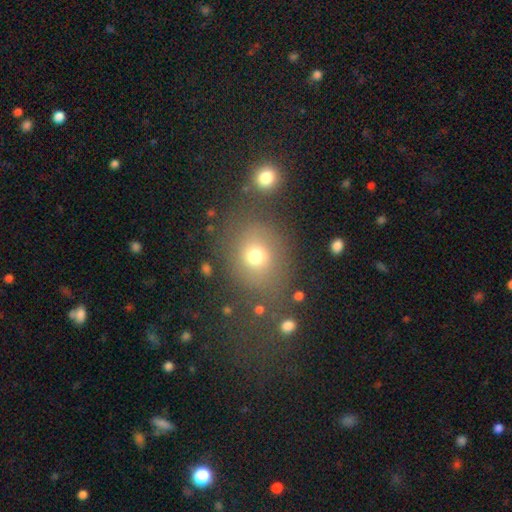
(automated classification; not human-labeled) Smooth or featured?
  - smooth: 72% *
  - star or artifact: 16%
  - featured or disk: 12%
How rounded?
  - round: 61% *
  - in between: 38%
  - cigar-shaped: 1%
Merging?
  - none: 69% *
  - minor disturbance: 14%
  - merger: 10%
  - major disturbance: 8%